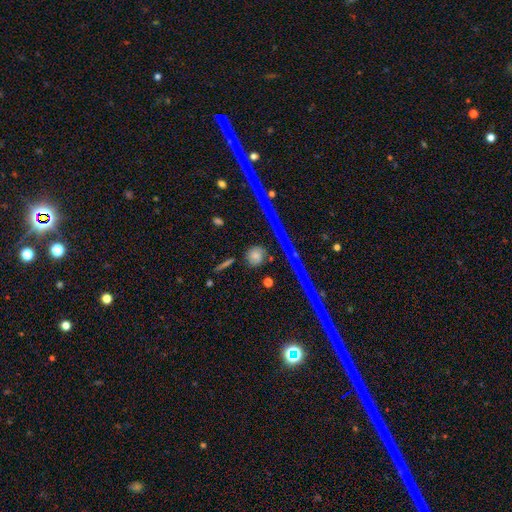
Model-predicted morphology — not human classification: The model was most divided on "smooth or featured": smooth: 65%, star or artifact: 19%, featured or disk: 16%. More confident: how rounded — round (88%); merging — none (85%).